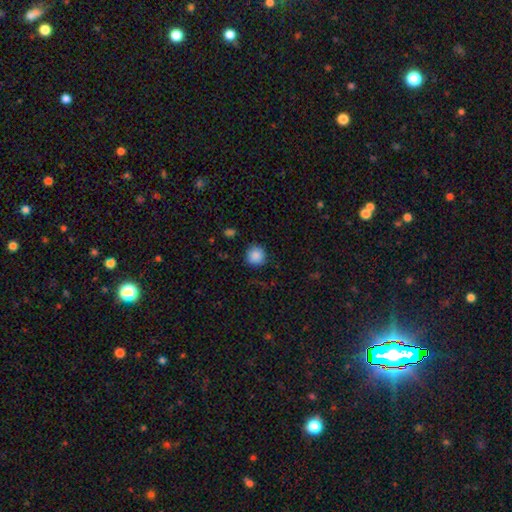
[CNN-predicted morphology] This is clearly a smooth galaxy (87%). How rounded: clearly round (94%). Merging: clearly none (87%).